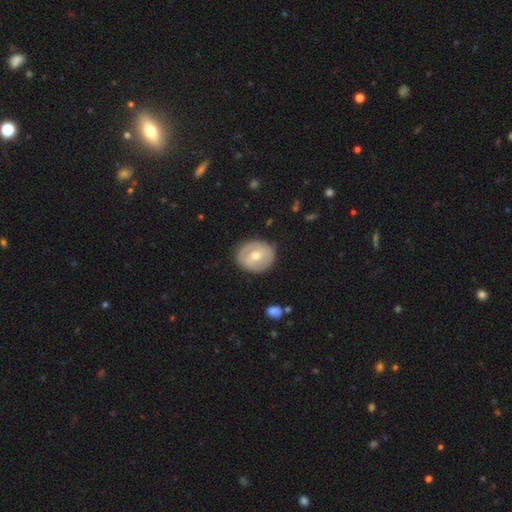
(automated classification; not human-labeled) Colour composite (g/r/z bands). It shows a featured or disk galaxy (53%) with no bar (49%), no spiral arms (53%) and a moderate central bulge (72%). Merging: none (83%).